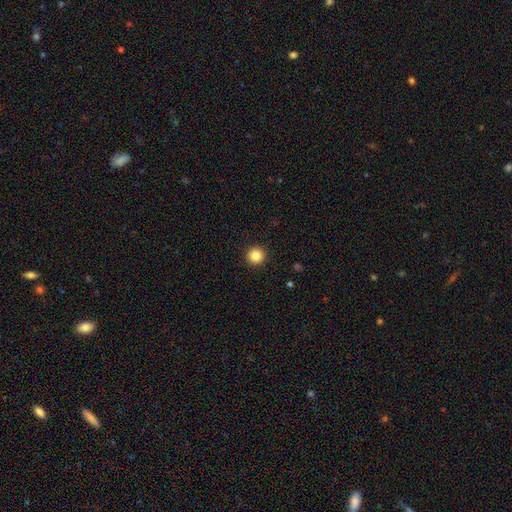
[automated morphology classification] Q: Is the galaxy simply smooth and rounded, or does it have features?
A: smooth — 84%.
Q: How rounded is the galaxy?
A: round — 96%.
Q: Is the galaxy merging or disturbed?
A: none — 93%.